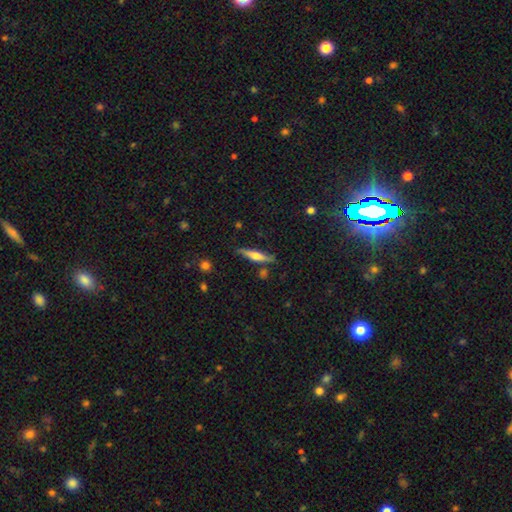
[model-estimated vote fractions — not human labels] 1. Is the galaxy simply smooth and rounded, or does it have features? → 56% featured or disk, 37% smooth, 6% star or artifact.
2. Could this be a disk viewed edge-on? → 95% yes, 5% no.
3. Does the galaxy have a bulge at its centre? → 84% rounded, 9% boxy, 7% none.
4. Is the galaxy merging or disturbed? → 80% none, 13% minor disturbance, 4% merger, 3% major disturbance.